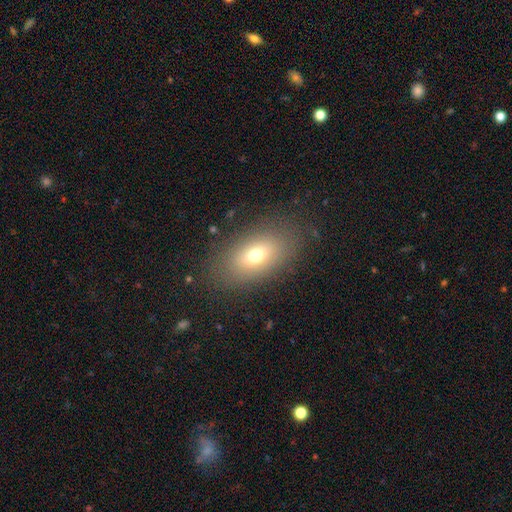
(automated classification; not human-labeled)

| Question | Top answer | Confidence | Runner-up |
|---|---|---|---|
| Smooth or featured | smooth | 69% | featured or disk (18%) |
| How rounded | in between | 85% | round (12%) |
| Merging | none | 82% | minor disturbance (11%) |